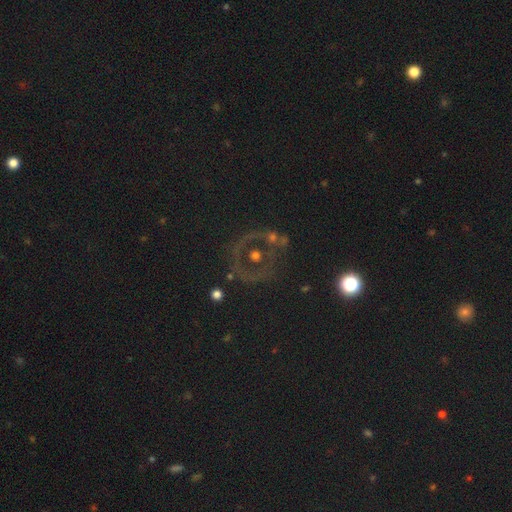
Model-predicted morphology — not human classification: Smooth or featured? featured or disk (48%)
Merging? none (61%)